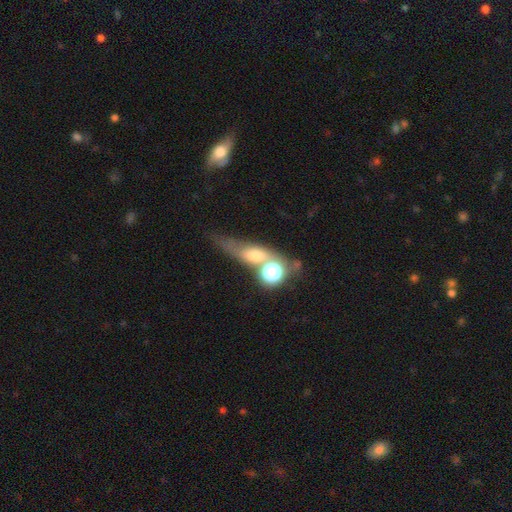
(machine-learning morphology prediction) The model was most divided on "smooth or featured": smooth: 45%, featured or disk: 33%, star or artifact: 23%. Remaining: merging — none (40%).